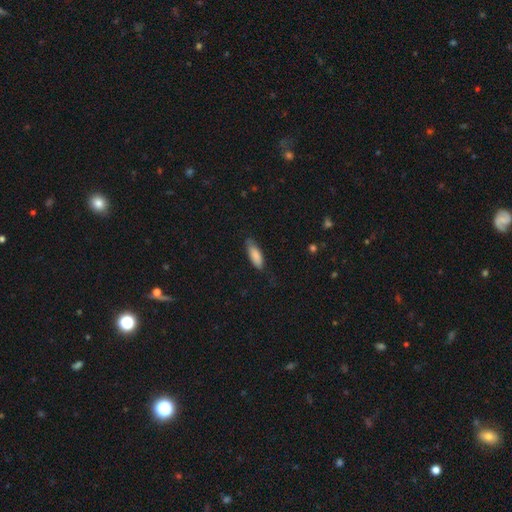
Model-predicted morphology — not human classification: Q: Smooth or featured?
A: smooth (84%); runner-up: featured or disk (10%)
Q: How rounded?
A: in between (68%); runner-up: cigar-shaped (30%)
Q: Merging?
A: none (67%); runner-up: minor disturbance (26%)